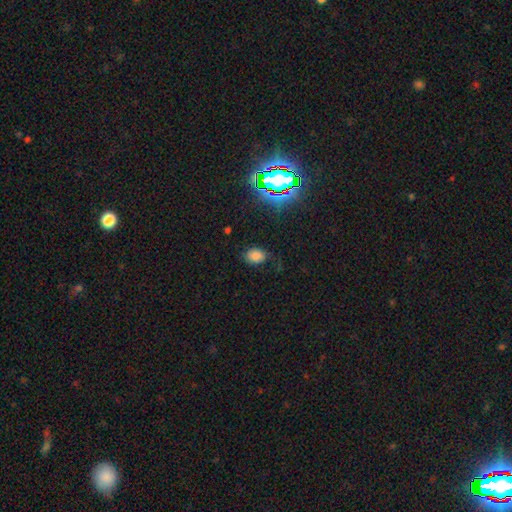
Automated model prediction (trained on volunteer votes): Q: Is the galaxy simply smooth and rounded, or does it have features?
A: smooth — 76%.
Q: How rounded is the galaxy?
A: in between — 75%.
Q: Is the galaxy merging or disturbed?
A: none — 70%.